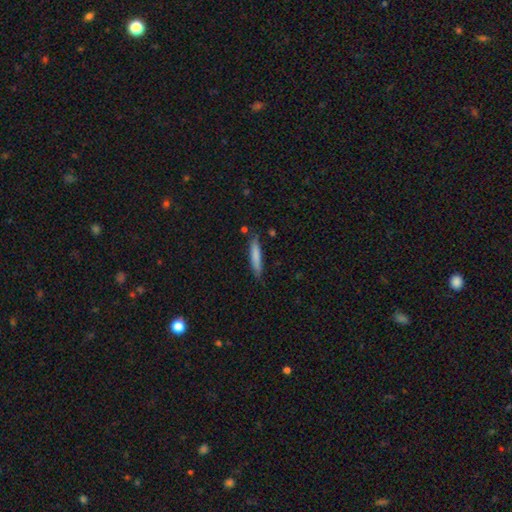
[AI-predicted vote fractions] A smooth galaxy with no disk features (77%) that is cigar-shaped (91%).

Vote fractions:
- Smooth or featured? smooth: 77% / featured or disk: 18% / star or artifact: 6%
- How rounded? cigar-shaped: 91% / in between: 8% / round: 1%
- Merging? none: 80% / minor disturbance: 15% / merger: 3% / major disturbance: 3%